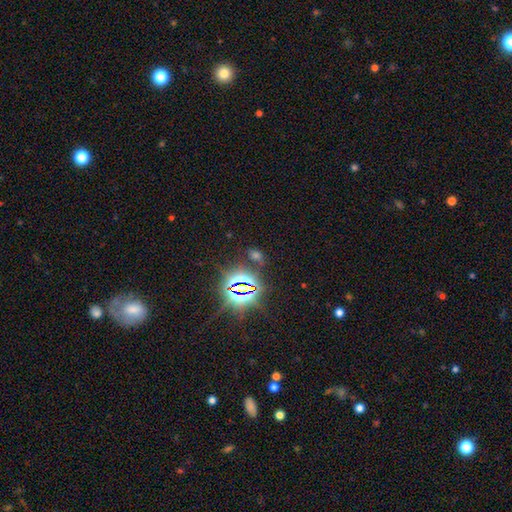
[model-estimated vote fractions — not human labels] smooth_or_featured: star or artifact (p=0.62) [alt: smooth p=0.29]